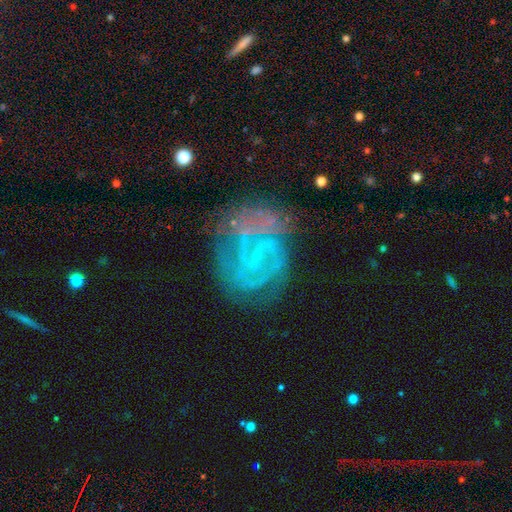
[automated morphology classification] Smooth or featured? featured or disk (72%)
Edge-on disk? no (98%)
Bar? no (63%)
Spiral arms? yes (68%)
Bulge size? none (62%)
Merging? none (58%)